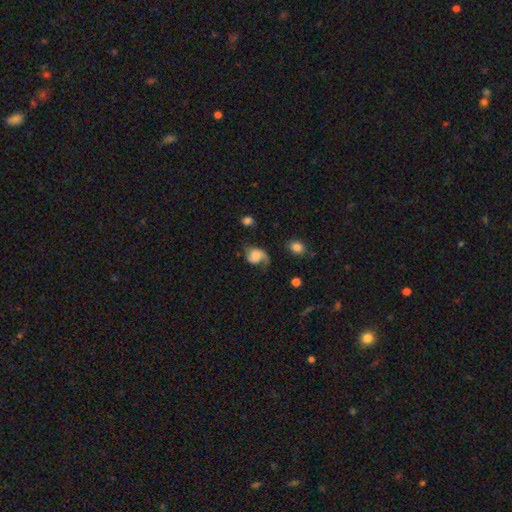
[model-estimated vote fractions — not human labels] This appears to be a featured or disk galaxy (55%) with no bar (71%), spiral arms (90%) and no central bulge (45%). Merging: none (41%).